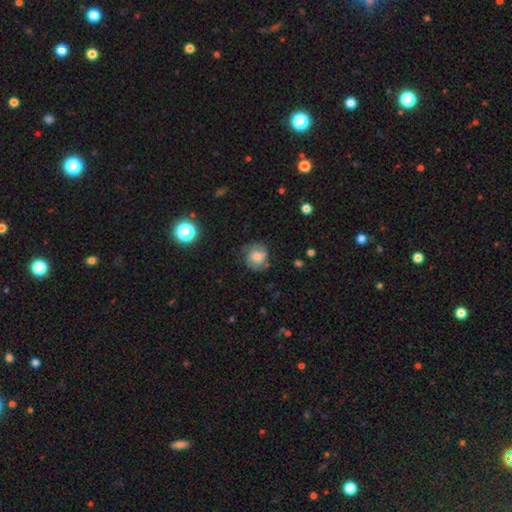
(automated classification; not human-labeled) Smooth or featured?
  - featured or disk: 44% *
  - smooth: 42%
  - star or artifact: 14%
Merging?
  - none: 75% *
  - minor disturbance: 17%
  - major disturbance: 7%
  - merger: 1%